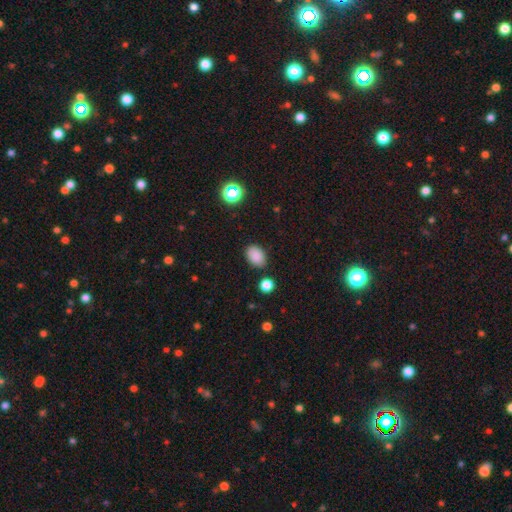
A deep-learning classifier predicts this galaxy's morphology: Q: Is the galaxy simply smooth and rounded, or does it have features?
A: smooth — 87%.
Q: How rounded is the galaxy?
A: in between — 84%.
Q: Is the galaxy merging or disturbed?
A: none — 84%.